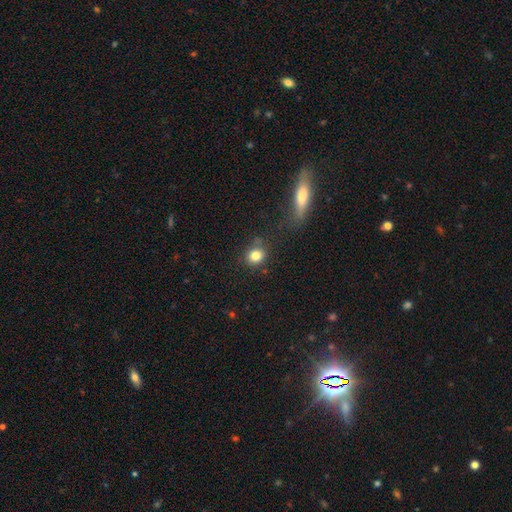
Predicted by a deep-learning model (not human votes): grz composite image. It shows a smooth galaxy with no disk features (83%) that is round (73%). Merging: none (74%).